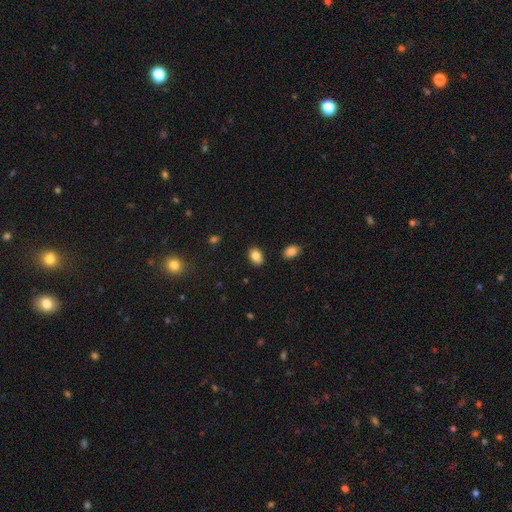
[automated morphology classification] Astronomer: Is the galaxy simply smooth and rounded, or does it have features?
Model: smooth — 85%.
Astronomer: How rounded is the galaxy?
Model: in between — 81%.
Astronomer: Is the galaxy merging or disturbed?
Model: none — 86%.